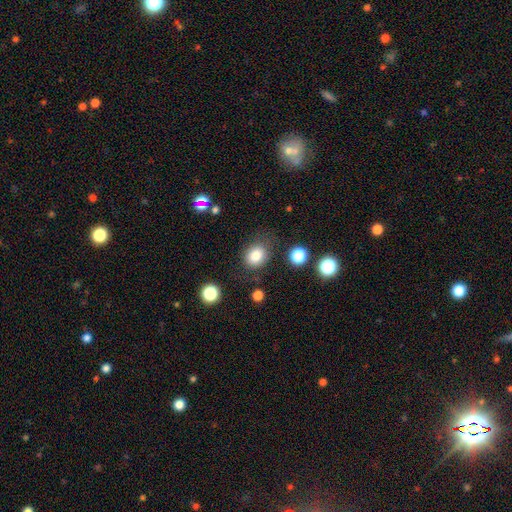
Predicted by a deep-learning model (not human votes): Smooth or featured? Predicted: smooth (p=0.82). How rounded? Predicted: round (p=0.56). Merging? Predicted: none (p=0.76).